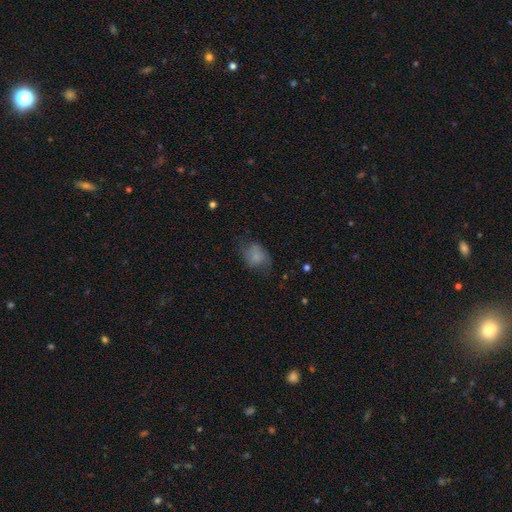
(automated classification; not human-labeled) Smooth or featured: smooth — 63% (featured or disk — 27%)
How rounded: in between — 68% (round — 30%)
Merging: none — 50% (minor disturbance — 29%)